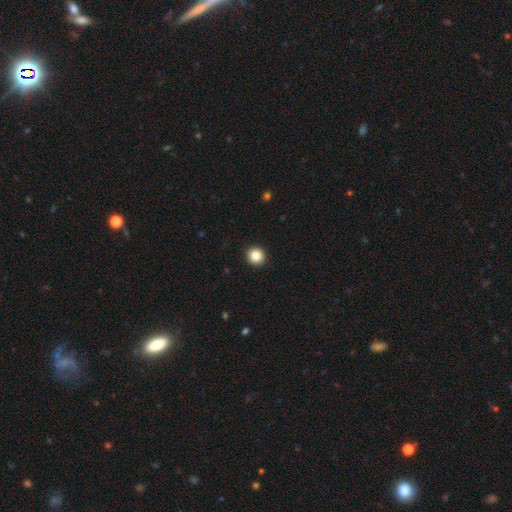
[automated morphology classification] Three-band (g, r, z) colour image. It shows a smooth galaxy with no disk features (86%) that is round (94%). Merging: none (93%).